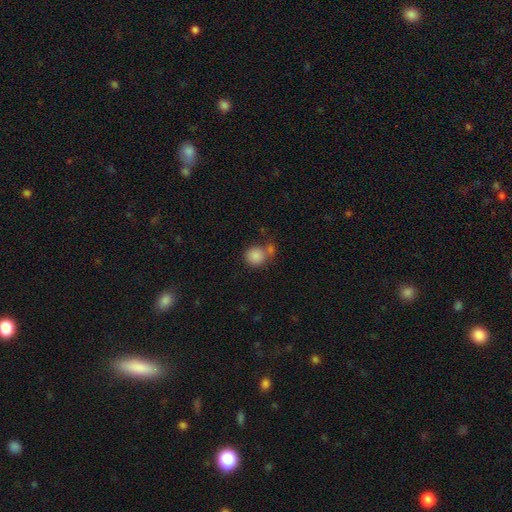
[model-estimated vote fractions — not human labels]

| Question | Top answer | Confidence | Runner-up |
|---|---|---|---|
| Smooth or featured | smooth | 85% | star or artifact (9%) |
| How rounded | round | 88% | in between (11%) |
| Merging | none | 53% | merger (30%) |